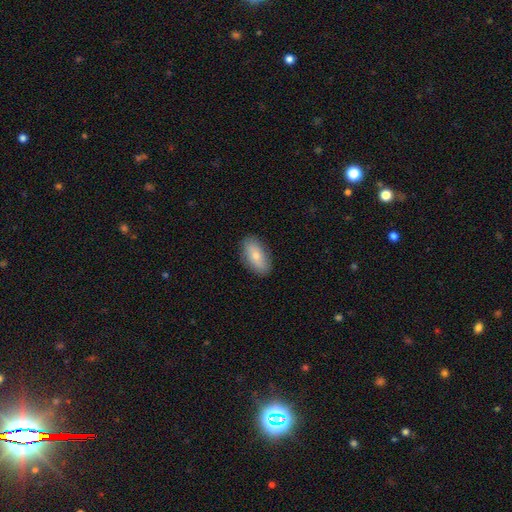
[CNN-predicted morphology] smooth-or-featured: smooth: 72% | featured or disk: 22% | star or artifact: 7%
  how-rounded: in between: 91% | cigar-shaped: 5% | round: 4%
  merging: none: 86% | minor disturbance: 11% | major disturbance: 2% | merger: 1%